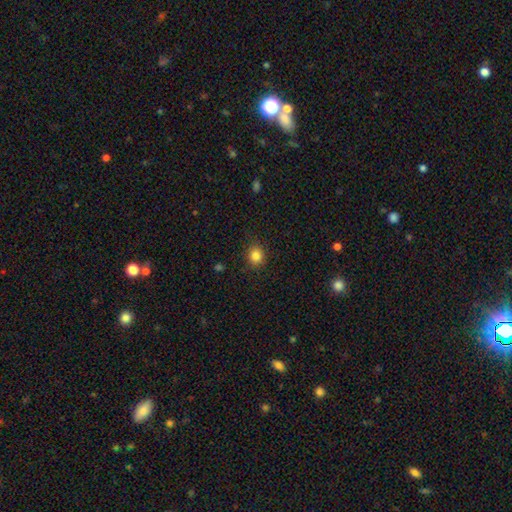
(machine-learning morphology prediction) Smooth or featured? smooth (84%)
How rounded? round (78%)
Merging? none (87%)